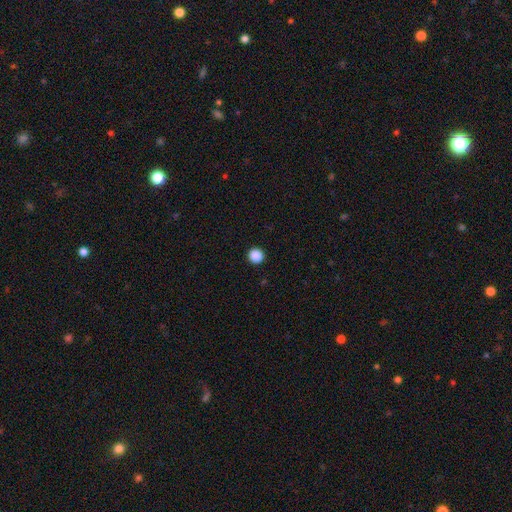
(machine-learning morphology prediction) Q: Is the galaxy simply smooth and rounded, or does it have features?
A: smooth — 88%.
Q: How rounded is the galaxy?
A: round — 95%.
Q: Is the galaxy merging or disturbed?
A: none — 94%.